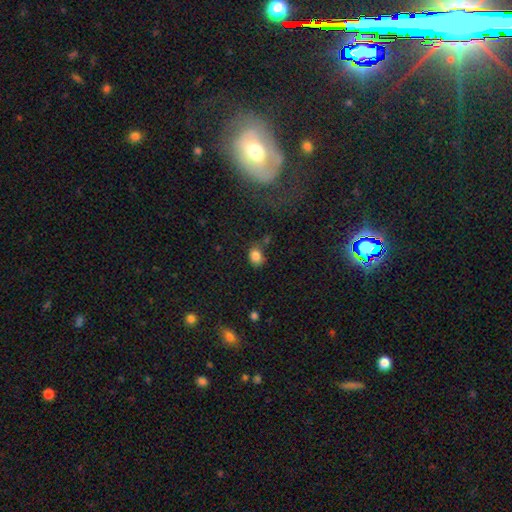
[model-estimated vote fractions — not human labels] This is clearly a smooth galaxy (83%). How rounded: possibly in between (55%). Merging: likely none (65%).